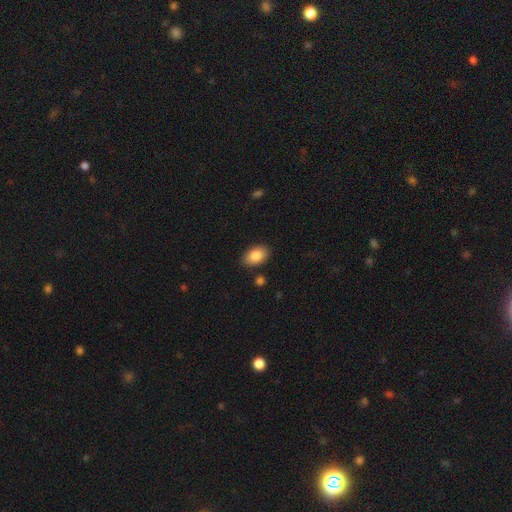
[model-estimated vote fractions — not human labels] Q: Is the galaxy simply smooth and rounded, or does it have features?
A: smooth — 86%.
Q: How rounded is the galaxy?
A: in between — 90%.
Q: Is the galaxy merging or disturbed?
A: none — 84%.